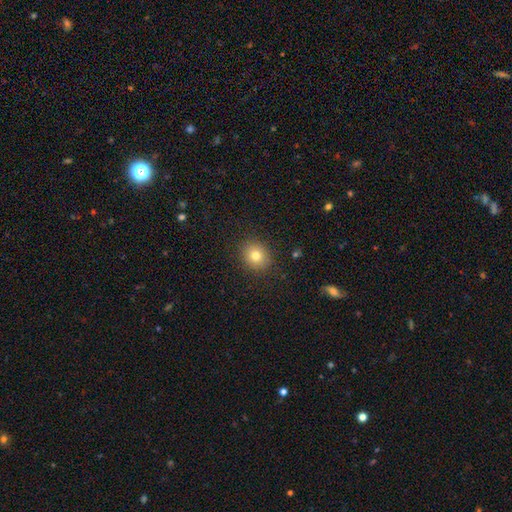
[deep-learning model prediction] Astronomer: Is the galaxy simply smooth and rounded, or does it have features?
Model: smooth — 78%.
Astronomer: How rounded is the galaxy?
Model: round — 79%.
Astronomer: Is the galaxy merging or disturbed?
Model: none — 89%.